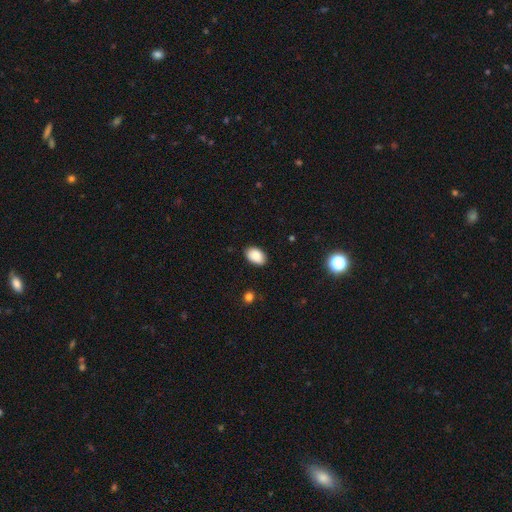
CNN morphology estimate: Smooth or featured?
  - smooth: 89% *
  - star or artifact: 7%
  - featured or disk: 4%
How rounded?
  - in between: 90% *
  - round: 9%
  - cigar-shaped: 1%
Merging?
  - none: 87% *
  - minor disturbance: 10%
  - major disturbance: 2%
  - merger: 1%